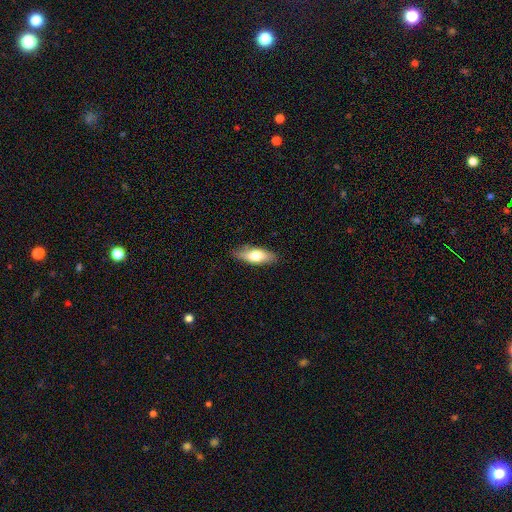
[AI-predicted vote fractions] Morphology: type=smooth (68%); roundness=in between (67%); merging=none (83%).